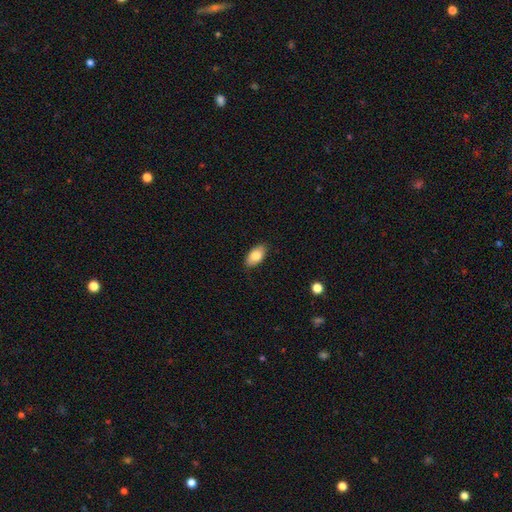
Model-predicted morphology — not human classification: smooth-or-featured: smooth: 83% | featured or disk: 11% | star or artifact: 7%
  how-rounded: in between: 94% | round: 4% | cigar-shaped: 3%
  merging: none: 87% | minor disturbance: 10% | major disturbance: 2% | merger: 1%